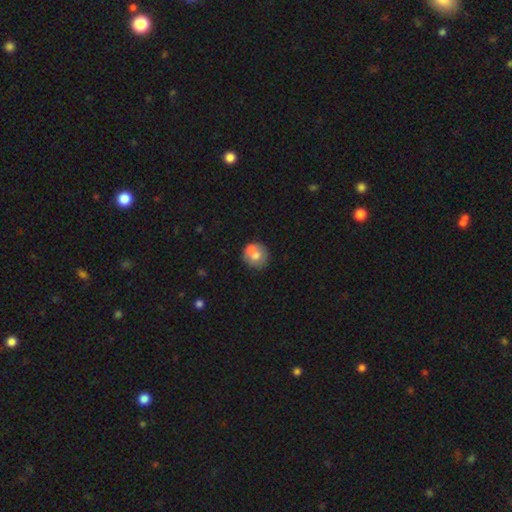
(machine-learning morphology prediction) A smooth galaxy with no disk features (61%) that is round (84%). Merging: none (46%).